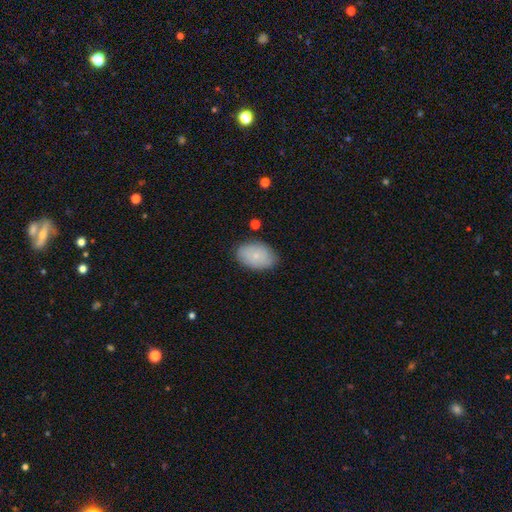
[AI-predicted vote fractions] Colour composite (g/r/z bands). It shows a smooth galaxy with no disk features (77%) that is in between round and cigar-shaped (89%). Merging: none (82%).